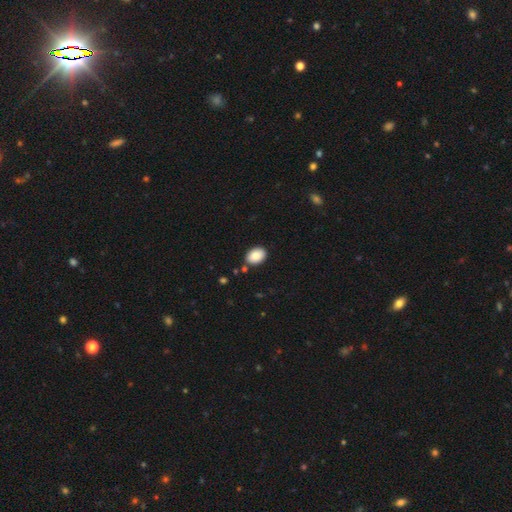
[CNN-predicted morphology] smooth 88%, star or artifact 7%, featured or disk 5%. Down the decision tree: how rounded — in between (83%); merging — none (84%).